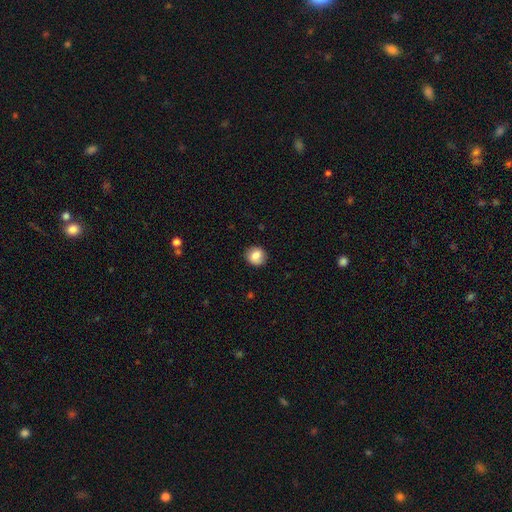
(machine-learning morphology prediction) Smooth or featured? smooth (80%)
How rounded? round (81%)
Merging? none (88%)